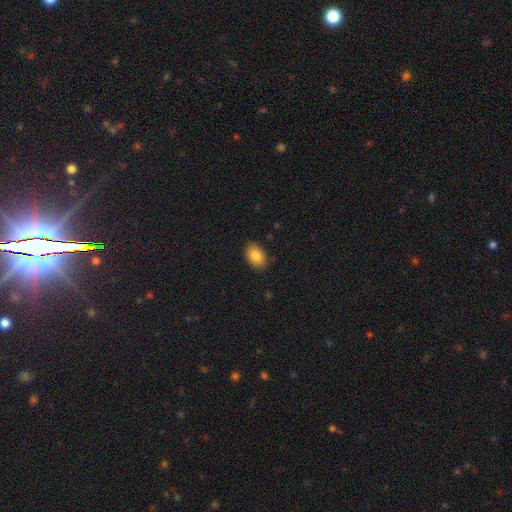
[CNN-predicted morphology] Overall: smooth (85%). How rounded: in between (85%). Merging: none (86%).